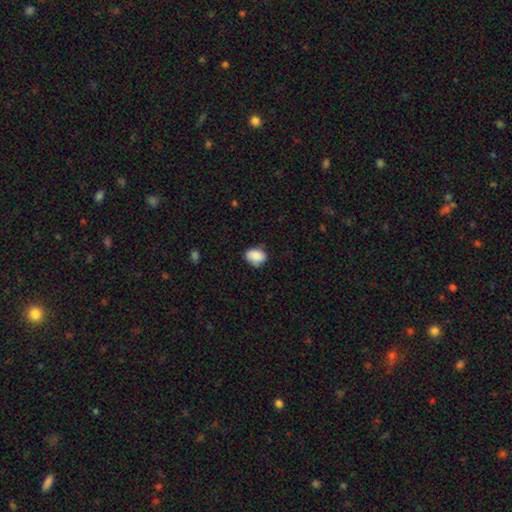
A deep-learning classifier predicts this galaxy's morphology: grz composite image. It shows a smooth galaxy with no disk features (86%) that is in between round and cigar-shaped (67%). Merging: none (70%).